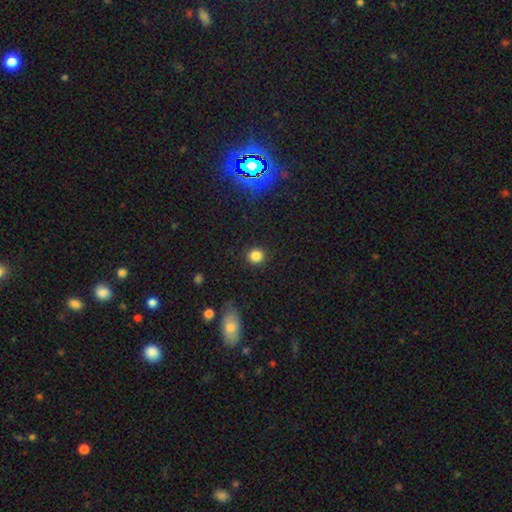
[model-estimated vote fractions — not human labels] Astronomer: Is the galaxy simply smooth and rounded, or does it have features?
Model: smooth — 84%.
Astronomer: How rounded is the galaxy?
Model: round — 88%.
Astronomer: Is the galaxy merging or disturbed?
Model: none — 90%.